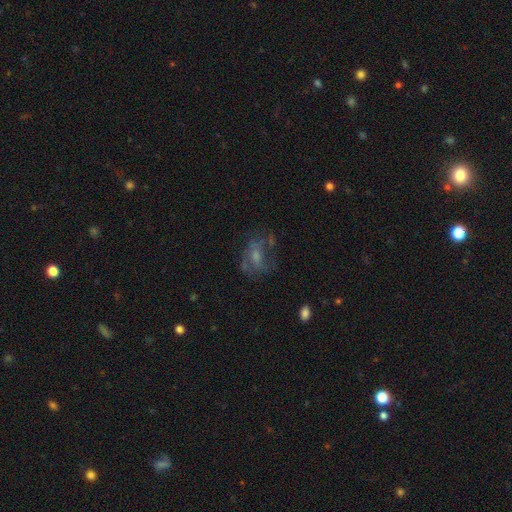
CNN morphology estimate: Smooth or featured?
  - featured or disk: 57% *
  - smooth: 31%
  - star or artifact: 13%
Edge-on disk?
  - no: 96% *
  - yes: 4%
Bar?
  - no: 58% *
  - weak: 34%
  - strong: 8%
Spiral arms?
  - yes: 54% *
  - no: 46%
Bulge size?
  - small: 43% *
  - moderate: 38%
  - none: 13%
  - large: 4%
  - dominant: 1%
Merging?
  - none: 46% *
  - major disturbance: 28%
  - minor disturbance: 22%
  - merger: 4%